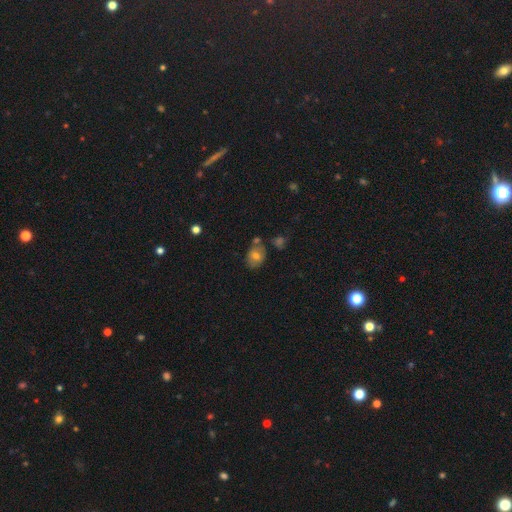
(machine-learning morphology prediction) Smooth or featured: smooth — 67% (featured or disk — 23%)
How rounded: in between — 68% (round — 31%)
Merging: none — 62% (minor disturbance — 18%)